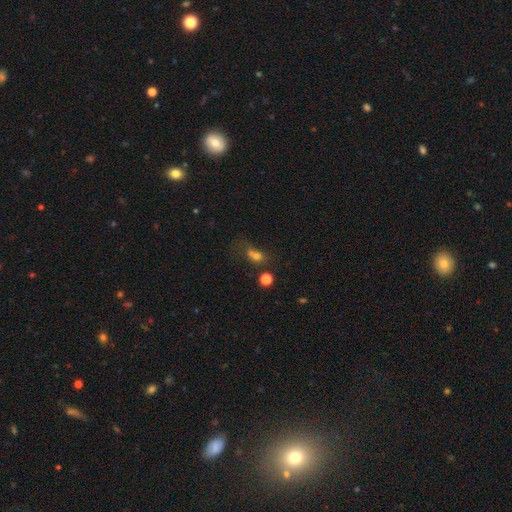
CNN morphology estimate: Smooth or featured? smooth (65%)
How rounded? round (57%)
Merging? merger (46%)